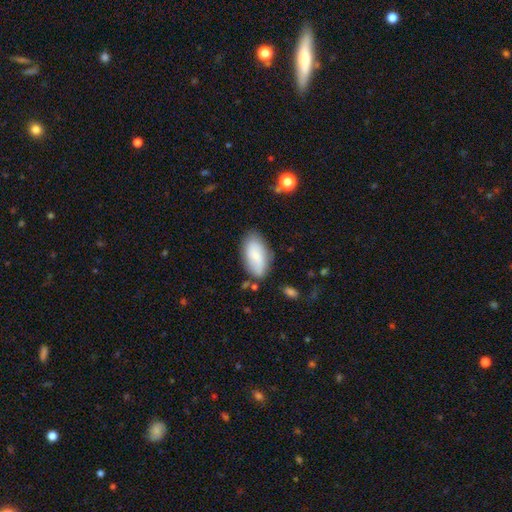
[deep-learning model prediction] This appears to be a smooth galaxy with no disk features (67%) that is in between round and cigar-shaped (93%). Merging: none (74%).